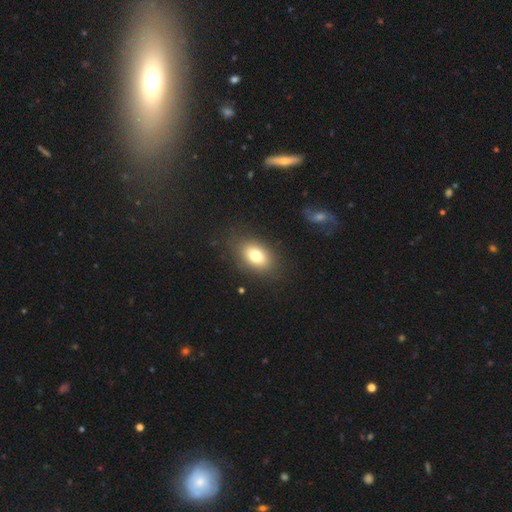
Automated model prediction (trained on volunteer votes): This appears to be a smooth galaxy with no disk features (76%) that is in between round and cigar-shaped (82%). Merging: none (84%).